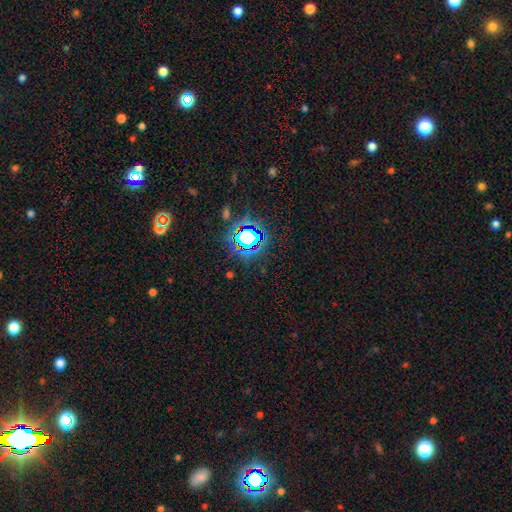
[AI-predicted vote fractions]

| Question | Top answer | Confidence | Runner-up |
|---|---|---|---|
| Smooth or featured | star or artifact | 82% | smooth (11%) |